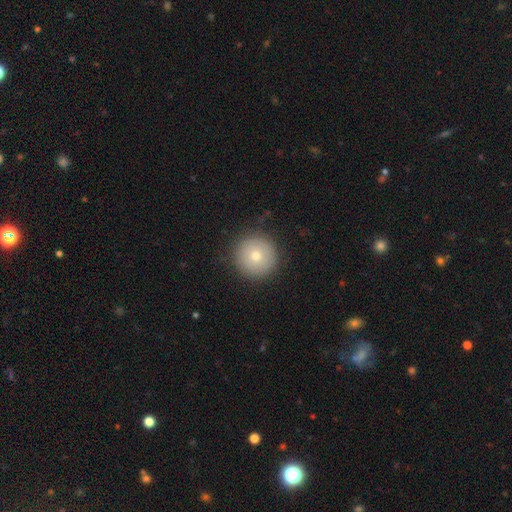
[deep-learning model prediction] Overall: smooth (72%). How rounded: round (96%). Merging: none (90%).